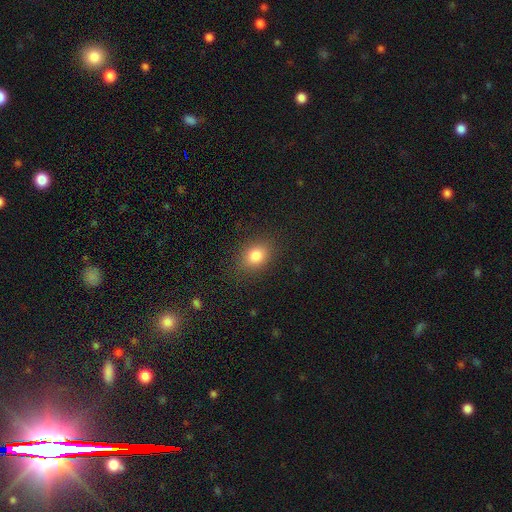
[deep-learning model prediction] Overall: smooth (83%). How rounded: in between (64%; round 34%). Merging: none (85%).